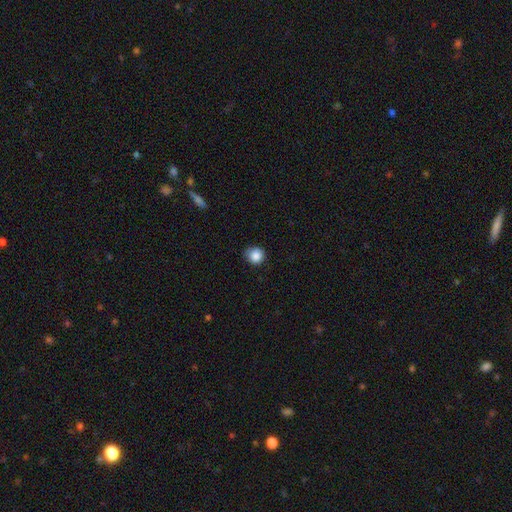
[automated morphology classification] A smooth galaxy with no disk features (87%) that is round (91%). Merging: none (74%).